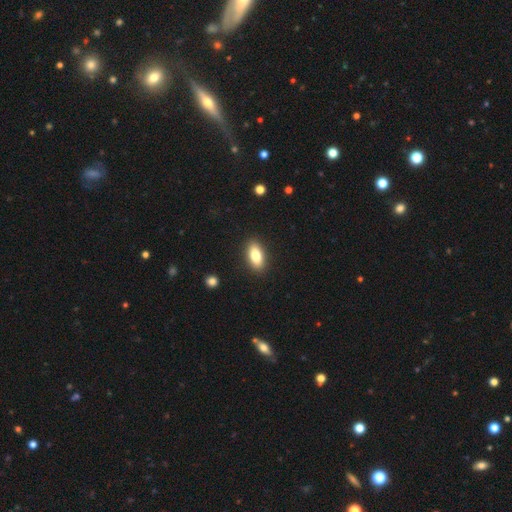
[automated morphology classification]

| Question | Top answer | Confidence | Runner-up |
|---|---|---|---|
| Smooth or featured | smooth | 81% | featured or disk (12%) |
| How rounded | in between | 88% | cigar-shaped (8%) |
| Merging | none | 90% | minor disturbance (7%) |